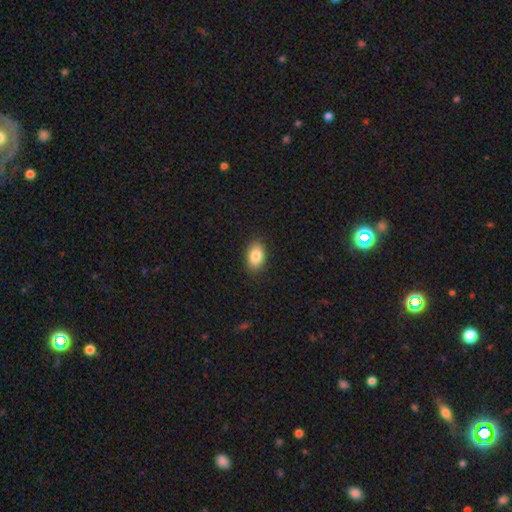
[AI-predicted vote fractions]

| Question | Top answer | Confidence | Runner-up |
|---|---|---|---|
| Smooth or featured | smooth | 86% | star or artifact (8%) |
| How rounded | in between | 90% | round (9%) |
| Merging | none | 88% | minor disturbance (9%) |